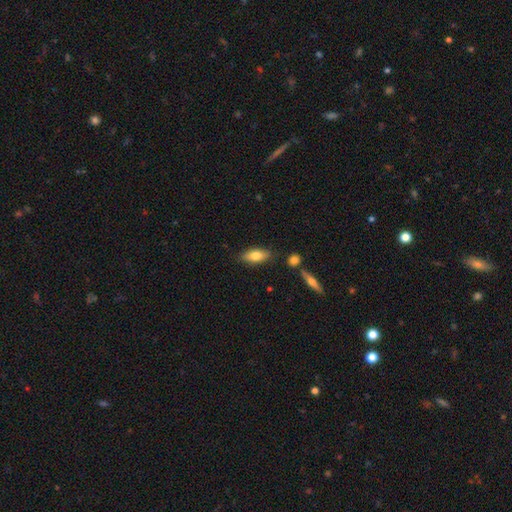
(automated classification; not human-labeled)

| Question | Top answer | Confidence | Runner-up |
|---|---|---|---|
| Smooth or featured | smooth | 75% | featured or disk (19%) |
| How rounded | in between | 79% | cigar-shaped (18%) |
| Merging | none | 81% | minor disturbance (12%) |